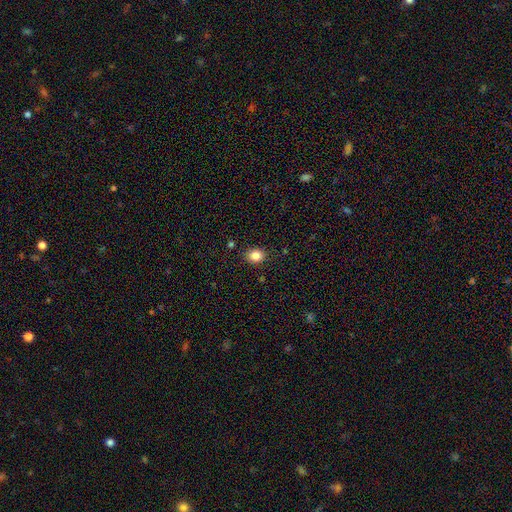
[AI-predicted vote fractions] This appears to be a smooth galaxy with no disk features (85%) that is round (64%). Merging: none (87%).